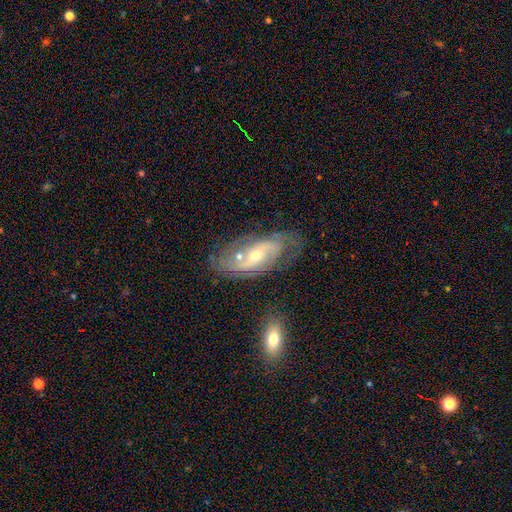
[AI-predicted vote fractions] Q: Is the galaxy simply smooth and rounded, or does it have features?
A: featured or disk — 81%.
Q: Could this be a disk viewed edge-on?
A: no — 92%.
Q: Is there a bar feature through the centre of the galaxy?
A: no — 48%.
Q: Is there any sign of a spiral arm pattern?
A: yes — 91%.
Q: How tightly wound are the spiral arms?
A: medium — 43%.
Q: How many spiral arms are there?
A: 2 — 72%.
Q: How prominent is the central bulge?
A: small — 52%.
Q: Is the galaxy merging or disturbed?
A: none — 62%.